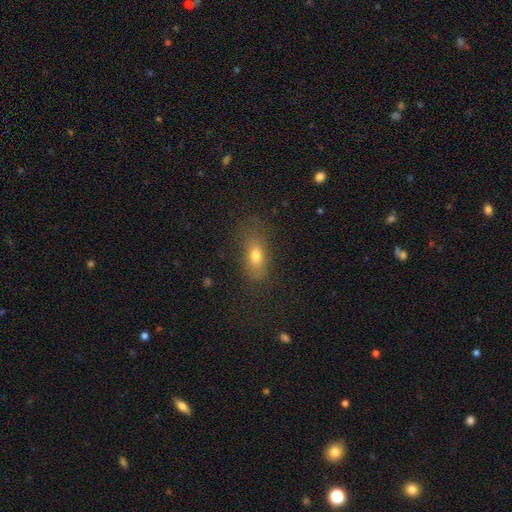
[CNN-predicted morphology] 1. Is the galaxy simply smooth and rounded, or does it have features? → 68% smooth, 19% featured or disk, 13% star or artifact.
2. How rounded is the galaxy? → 74% in between, 17% cigar-shaped, 9% round.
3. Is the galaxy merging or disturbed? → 71% none, 18% minor disturbance, 9% major disturbance, 2% merger.